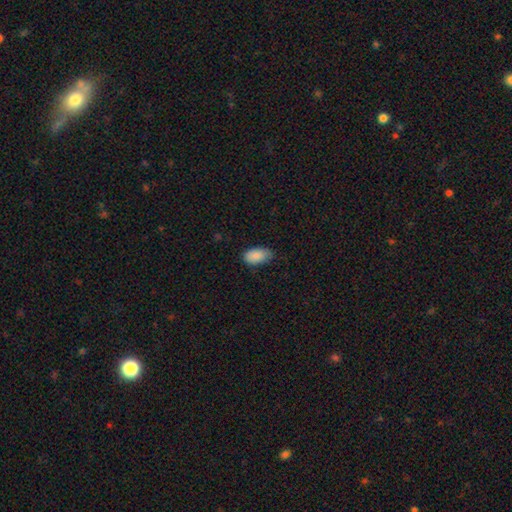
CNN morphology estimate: Smooth or featured?
  - smooth: 89% *
  - star or artifact: 7%
  - featured or disk: 4%
How rounded?
  - in between: 94% *
  - round: 4%
  - cigar-shaped: 2%
Merging?
  - none: 72% *
  - minor disturbance: 24%
  - major disturbance: 3%
  - merger: 1%